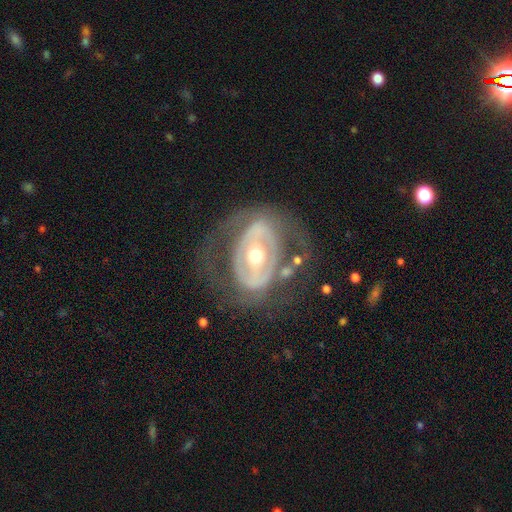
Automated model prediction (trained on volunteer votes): featured or disk 79%, smooth 15%, star or artifact 6%. Down the decision tree: edge-on disk — no (95%); bar — strong (37%); spiral arms — no (56%); bulge size — moderate (69%); merging — none (62%).